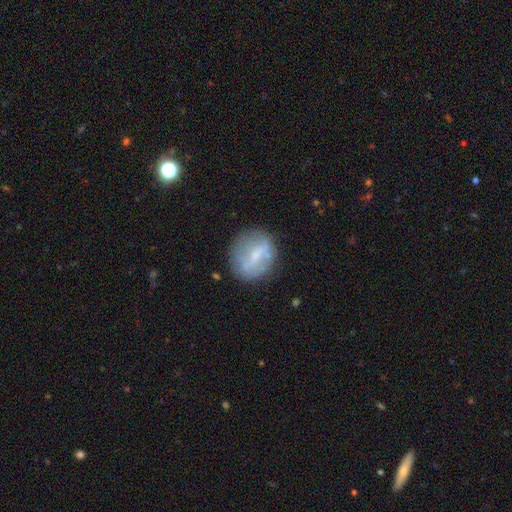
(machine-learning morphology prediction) The model was most divided on "smooth or featured": smooth: 48%, featured or disk: 44%, star or artifact: 9%. More confident: merging — none (73%).